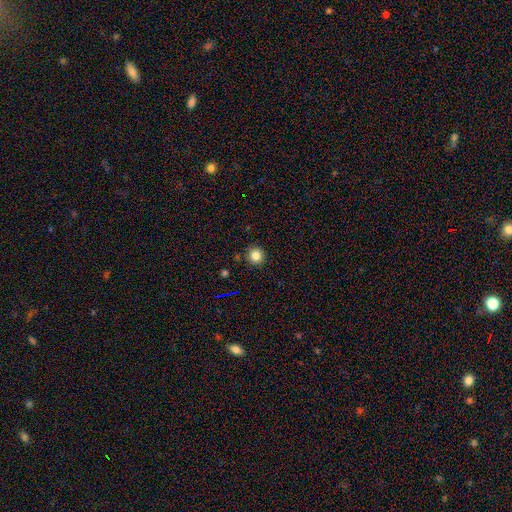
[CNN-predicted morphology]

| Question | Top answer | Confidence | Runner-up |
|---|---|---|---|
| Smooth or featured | smooth | 82% | star or artifact (12%) |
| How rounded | round | 94% | in between (5%) |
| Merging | none | 90% | minor disturbance (6%) |